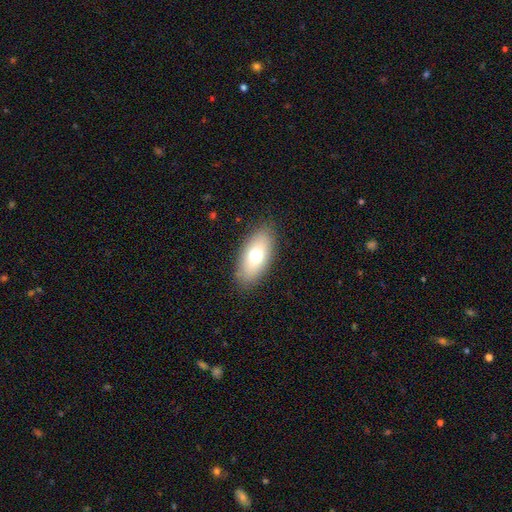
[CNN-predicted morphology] Smooth or featured? Predicted: smooth (p=0.69). How rounded? Predicted: in between (p=0.86). Merging? Predicted: none (p=0.85).